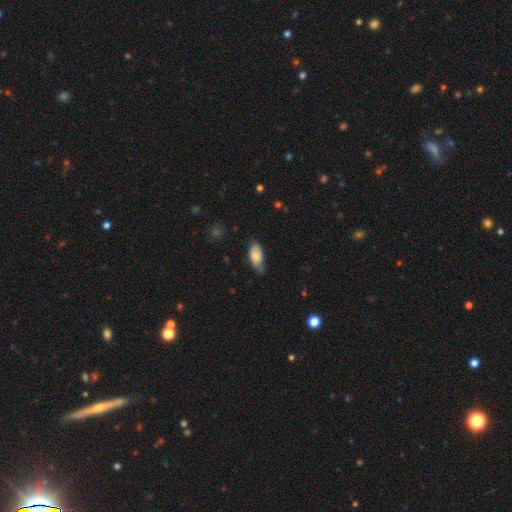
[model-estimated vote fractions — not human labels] This appears to be a smooth galaxy with no disk features (79%) that is in between round and cigar-shaped (90%). Merging: none (47%).